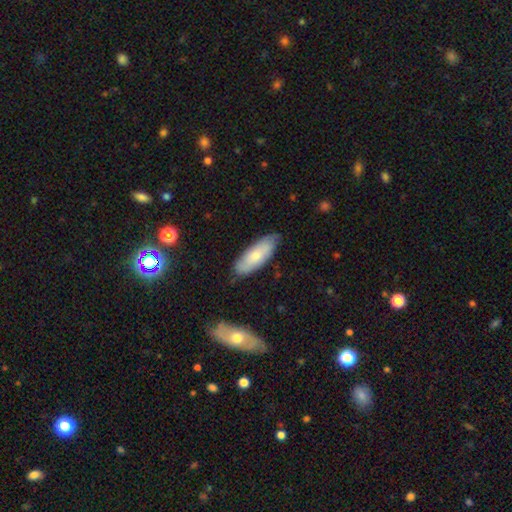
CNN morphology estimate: Smooth or featured? Predicted: smooth (p=0.65). How rounded? Predicted: in between (p=0.70). Merging? Predicted: none (p=0.78).